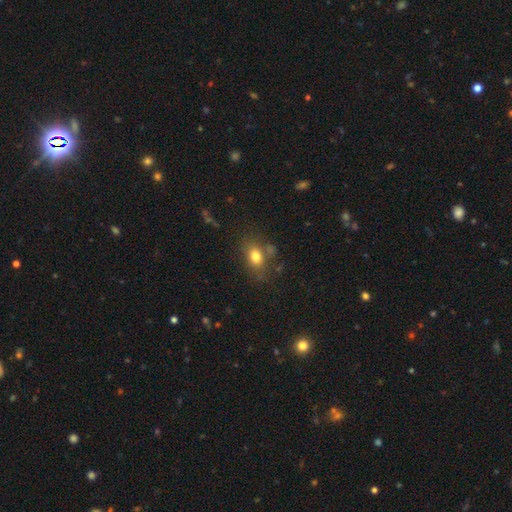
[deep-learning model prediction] This appears to be a smooth galaxy with no disk features (78%) that is in between round and cigar-shaped (74%). Merging: none (69%).